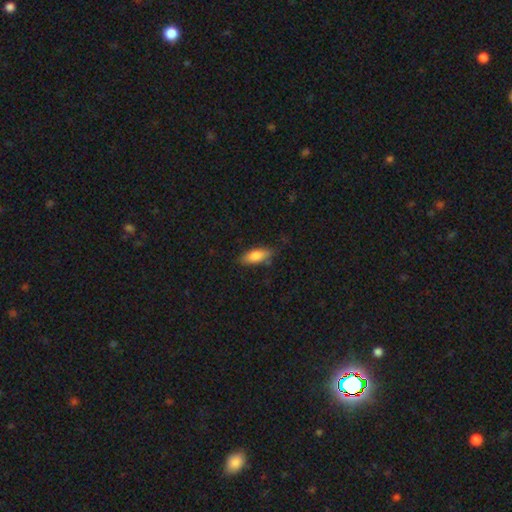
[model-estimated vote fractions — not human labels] The model was most divided on "how rounded": in between: 73%, cigar-shaped: 25%, round: 2%. More confident: smooth or featured — smooth (81%); merging — none (77%).